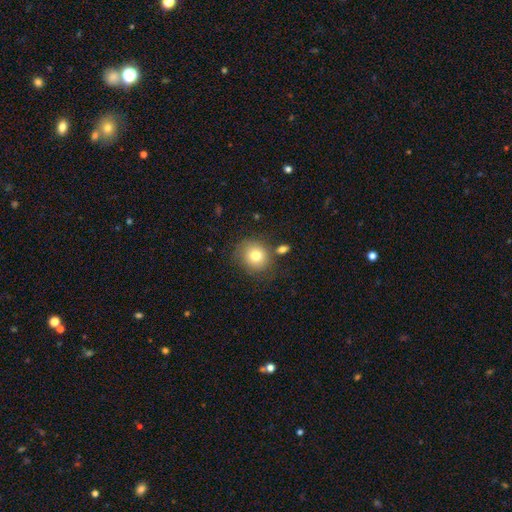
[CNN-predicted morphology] smooth_or_featured: smooth (p=0.78) [alt: featured or disk p=0.12]
how_rounded: round (p=0.81) [alt: in between p=0.18]
merging: none (p=0.72) [alt: minor disturbance p=0.15]